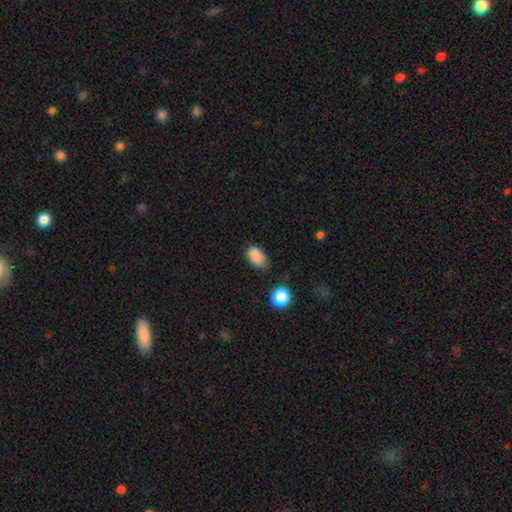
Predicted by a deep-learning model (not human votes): This is clearly a smooth galaxy (87%). How rounded: clearly in between (88%). Merging: likely none (66%).